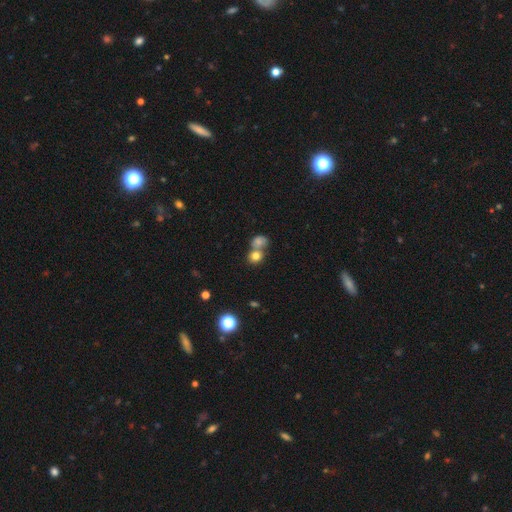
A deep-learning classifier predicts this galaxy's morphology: This is likely a smooth galaxy (77%). How rounded: likely round (79%). Merging: possibly merger (51%).